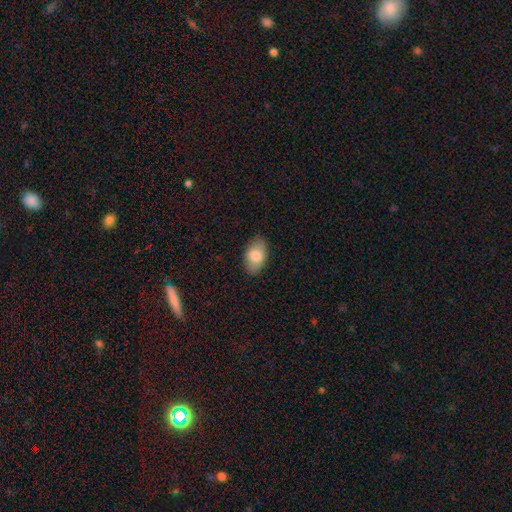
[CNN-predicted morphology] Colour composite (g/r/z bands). It shows a smooth galaxy with no disk features (81%) that is in between round and cigar-shaped (92%). Merging: none (86%).